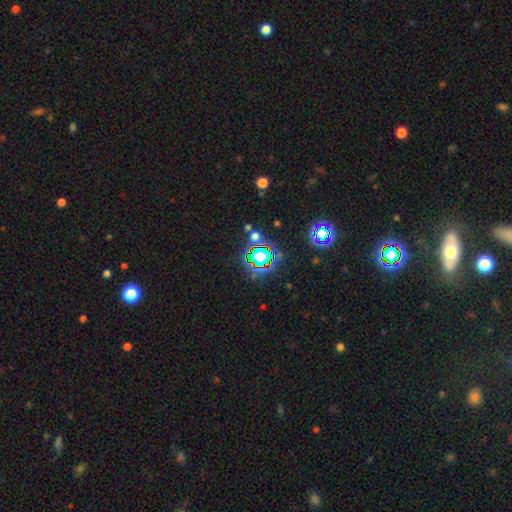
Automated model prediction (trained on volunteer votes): A star or artifact, not a galaxy (70%).